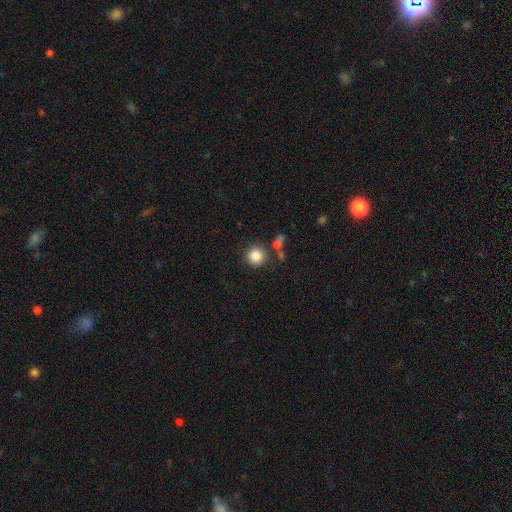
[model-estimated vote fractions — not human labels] smooth-or-featured: smooth: 86% | star or artifact: 10% | featured or disk: 5%
  how-rounded: round: 93% | in between: 6% | cigar-shaped: 1%
  merging: none: 80% | minor disturbance: 9% | merger: 8% | major disturbance: 3%